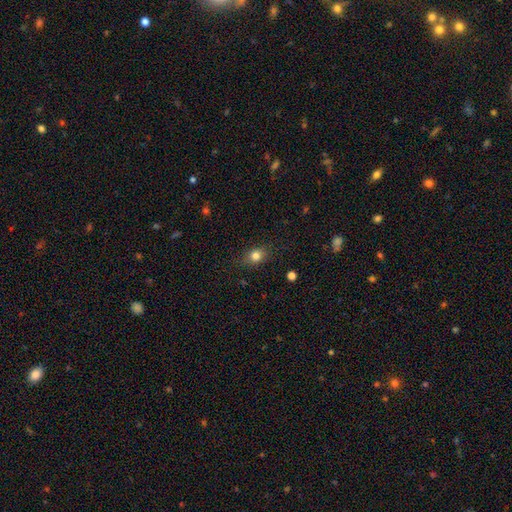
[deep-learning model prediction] A smooth galaxy with no disk features (80%) that is in between round and cigar-shaped (51%).

Vote fractions:
- Smooth or featured? smooth: 80% / star or artifact: 12% / featured or disk: 9%
- How rounded? in between: 51% / round: 46% / cigar-shaped: 2%
- Merging? none: 82% / minor disturbance: 13% / major disturbance: 4% / merger: 1%